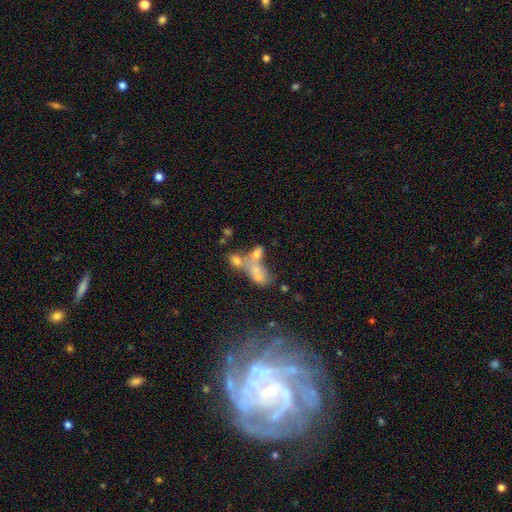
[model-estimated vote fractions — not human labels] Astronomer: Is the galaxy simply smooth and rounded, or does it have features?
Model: smooth — 40% (runner-up: featured or disk, 39%).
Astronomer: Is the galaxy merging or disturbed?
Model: merger — 56%.